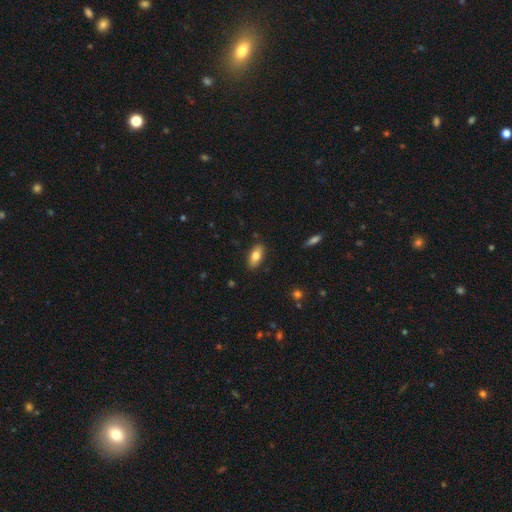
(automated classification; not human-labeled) Smooth or featured? smooth (77%)
How rounded? in between (85%)
Merging? none (87%)